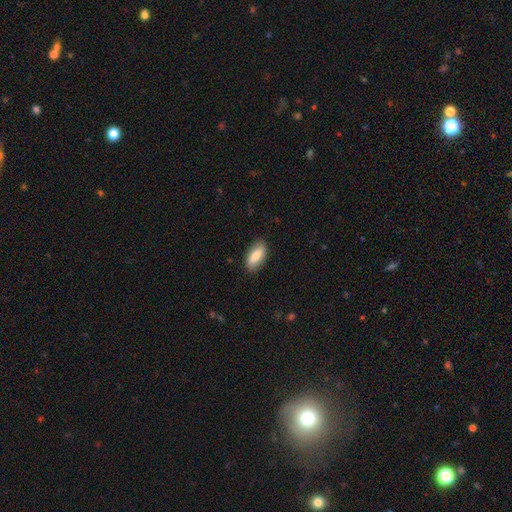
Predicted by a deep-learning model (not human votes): A smooth galaxy with no disk features (79%) that is in between round and cigar-shaped (84%).

Vote fractions:
- Smooth or featured? smooth: 79% / featured or disk: 15% / star or artifact: 6%
- How rounded? in between: 84% / cigar-shaped: 13% / round: 3%
- Merging? none: 85% / minor disturbance: 12% / major disturbance: 2% / merger: 1%